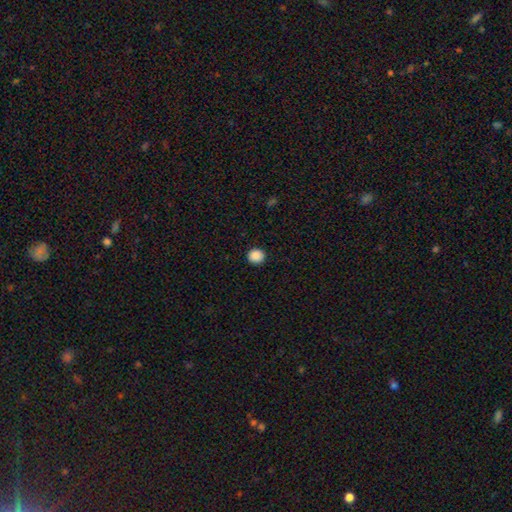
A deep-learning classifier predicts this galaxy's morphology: A smooth galaxy with no disk features (89%) that is round (89%). Merging: none (93%).